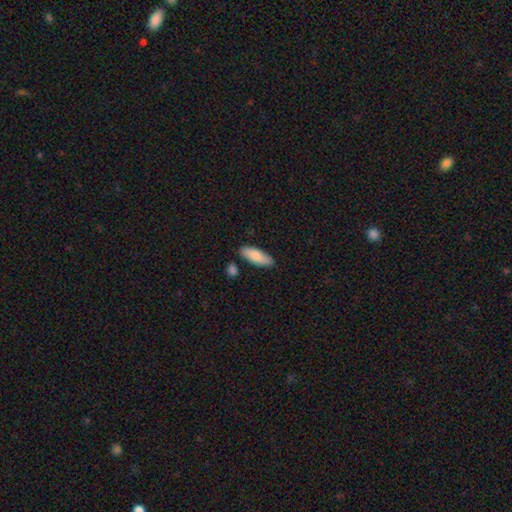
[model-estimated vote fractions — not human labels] Smooth or featured? Predicted: smooth (p=0.84). How rounded? Predicted: in between (p=0.69). Merging? Predicted: none (p=0.79).